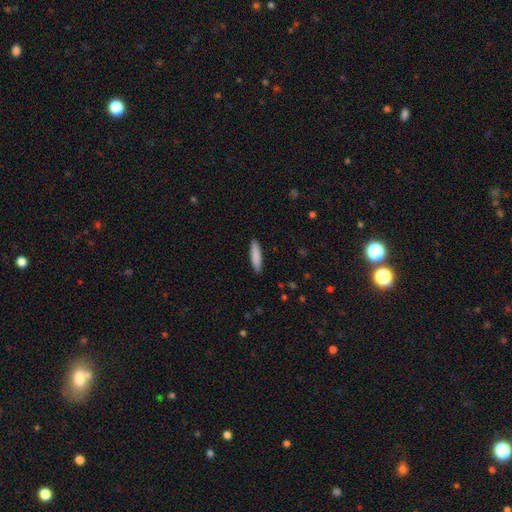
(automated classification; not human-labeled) A smooth galaxy with no disk features (86%) that is cigar-shaped (79%).

Vote fractions:
- Smooth or featured? smooth: 86% / featured or disk: 9% / star or artifact: 5%
- How rounded? cigar-shaped: 79% / in between: 20% / round: 1%
- Merging? none: 89% / minor disturbance: 8% / major disturbance: 2% / merger: 1%